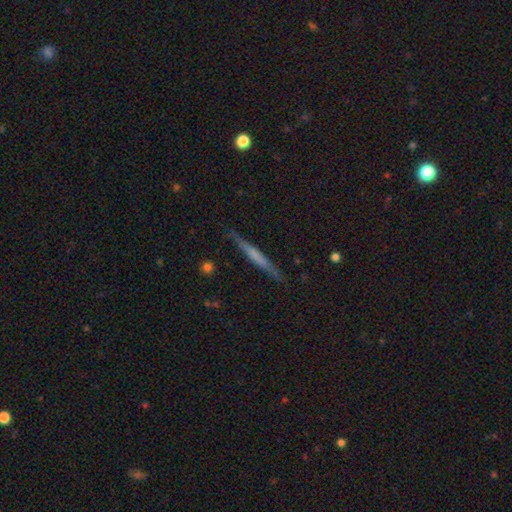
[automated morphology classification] This is possibly a featured or disk galaxy (55%). It is clearly viewed edge-on (97%). Edge-on bulge: likely none (64%). Merging: clearly none (88%).